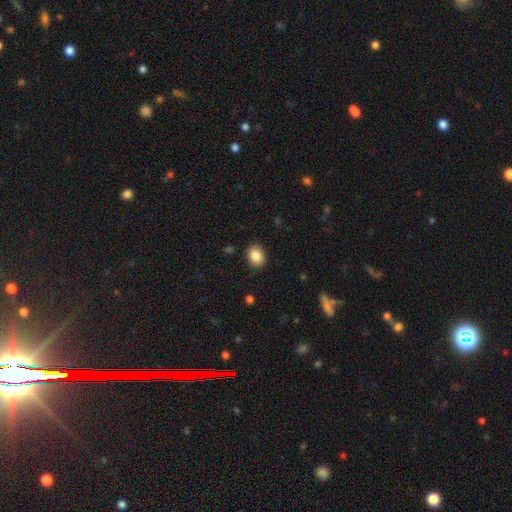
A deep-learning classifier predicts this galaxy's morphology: Smooth or featured: smooth — 87% (star or artifact — 8%)
How rounded: in between — 56% (round — 43%)
Merging: none — 89% (minor disturbance — 8%)